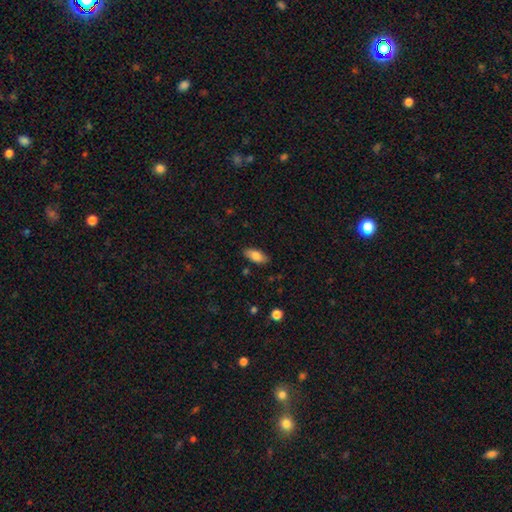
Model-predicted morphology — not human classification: Q: Smooth or featured?
A: smooth (83%); runner-up: featured or disk (10%)
Q: How rounded?
A: in between (89%); runner-up: cigar-shaped (9%)
Q: Merging?
A: none (84%); runner-up: minor disturbance (12%)